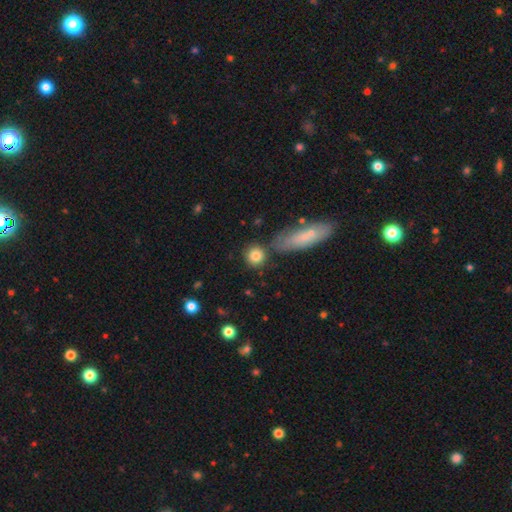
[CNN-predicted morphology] The model was most divided on "merging": none: 75%, merger: 11%, minor disturbance: 10%, major disturbance: 4%. More confident: how rounded — round (86%); smooth or featured — smooth (82%).